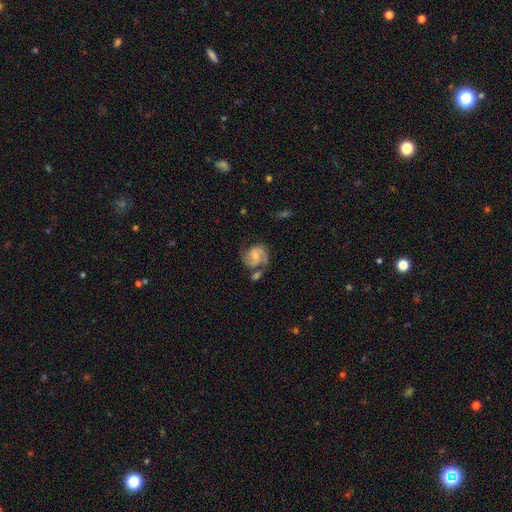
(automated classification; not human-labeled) smooth-or-featured: featured or disk: 84% | smooth: 10% | star or artifact: 6%
  disk-edge-on: no: 98% | yes: 2%
    bar: no: 50% | weak: 40% | strong: 10%
    has-spiral-arms: yes: 97% | no: 3%
      spiral-winding: medium: 52% | tight: 34% | loose: 14%
      spiral-arm-count: 2: 87% | can't tell: 4% | 3: 4% | 1: 3% | 4: 1% | more than 4: 1%
    bulge-size: small: 50% | moderate: 38% | none: 8% | large: 3% | dominant: 1%
  merging: none: 54% | merger: 18% | minor disturbance: 18% | major disturbance: 9%